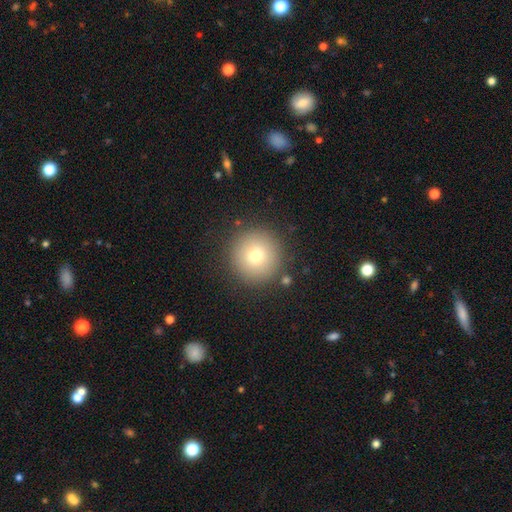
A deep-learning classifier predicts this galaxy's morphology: A smooth galaxy with no disk features (74%) that is round (96%).

Vote fractions:
- Smooth or featured? smooth: 74% / featured or disk: 13% / star or artifact: 13%
- How rounded? round: 96% / in between: 3% / cigar-shaped: 1%
- Merging? none: 89% / minor disturbance: 6% / major disturbance: 3% / merger: 2%